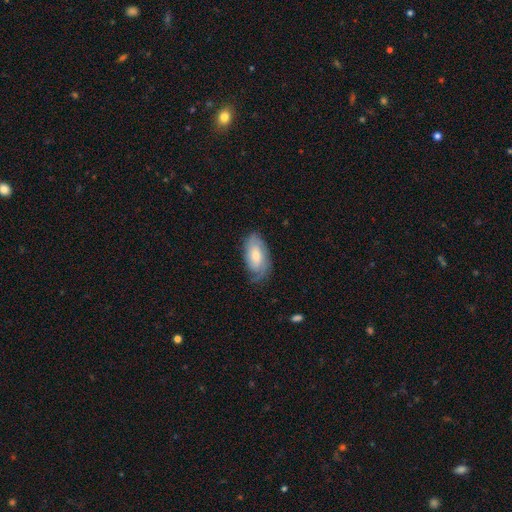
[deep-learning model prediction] A smooth galaxy with no disk features (47%, tied with featured or disk).

Vote fractions:
- Smooth or featured? smooth: 47% (tied) / featured or disk: 47% (tied) / star or artifact: 6%
- Merging? none: 66% / minor disturbance: 24% / major disturbance: 9% / merger: 1%